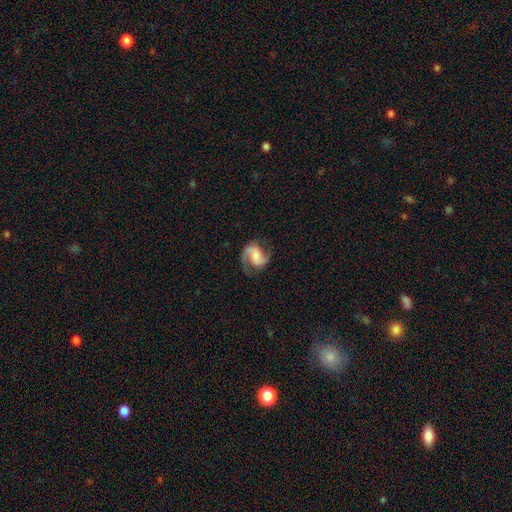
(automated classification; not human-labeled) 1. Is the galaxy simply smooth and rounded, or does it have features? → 85% featured or disk, 9% smooth, 6% star or artifact.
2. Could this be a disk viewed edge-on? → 98% no, 2% yes.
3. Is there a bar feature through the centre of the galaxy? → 42% no, 41% weak, 17% strong.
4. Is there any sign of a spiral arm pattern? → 97% yes, 3% no.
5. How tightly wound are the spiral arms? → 53% medium, 32% loose, 15% tight.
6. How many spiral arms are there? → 91% 2, 4% 1, 2% can't tell, 1% 3, 1% 4, 1% more than 4.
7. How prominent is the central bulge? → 33% moderate, 30% small, 20% none, 14% large, 2% dominant.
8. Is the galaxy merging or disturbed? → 75% none, 15% minor disturbance, 8% major disturbance, 1% merger.